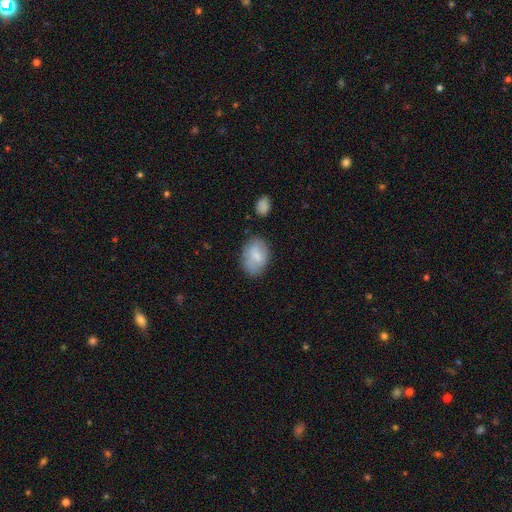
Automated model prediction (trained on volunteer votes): Smooth or featured? Predicted: smooth (p=0.71). How rounded? Predicted: in between (p=0.82). Merging? Predicted: none (p=0.71).